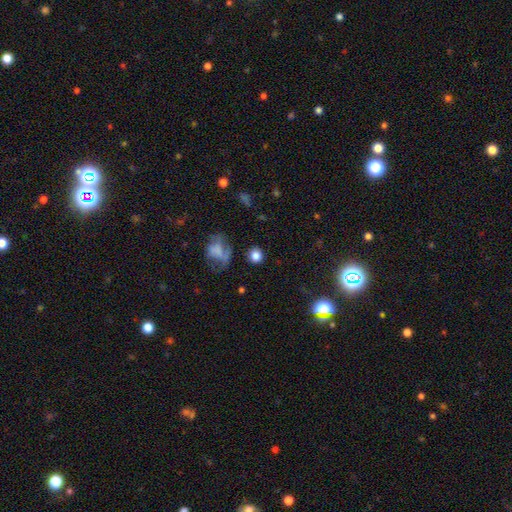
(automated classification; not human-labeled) smooth_or_featured: smooth (p=0.81) [alt: star or artifact p=0.12]
how_rounded: round (p=0.82) [alt: in between p=0.16]
merging: none (p=0.81) [alt: minor disturbance p=0.11]